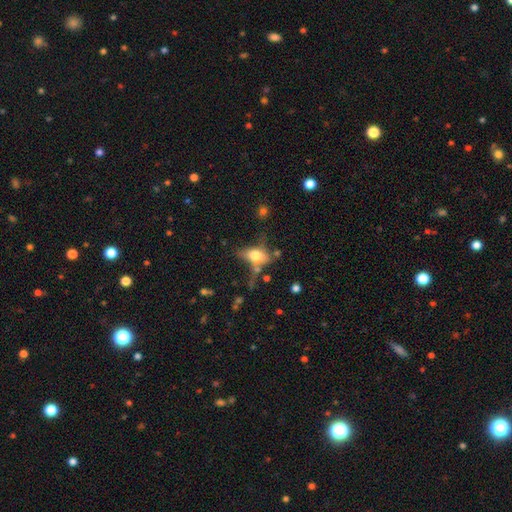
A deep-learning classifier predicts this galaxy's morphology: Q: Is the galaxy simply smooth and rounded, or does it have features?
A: smooth — 64%.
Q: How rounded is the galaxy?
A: in between — 81%.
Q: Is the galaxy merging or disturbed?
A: none — 37%.